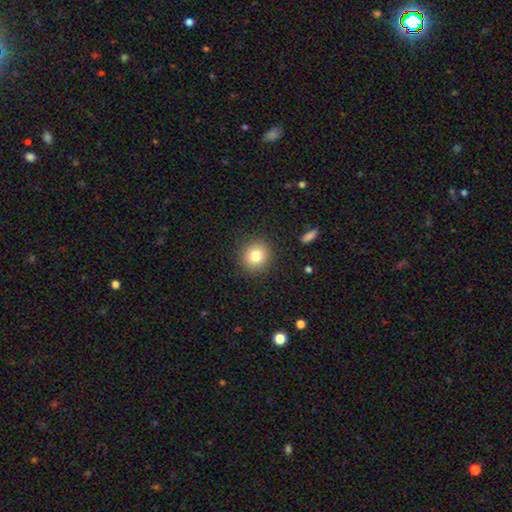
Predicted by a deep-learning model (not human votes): This is clearly a smooth galaxy (81%). How rounded: clearly round (88%). Merging: clearly none (90%).